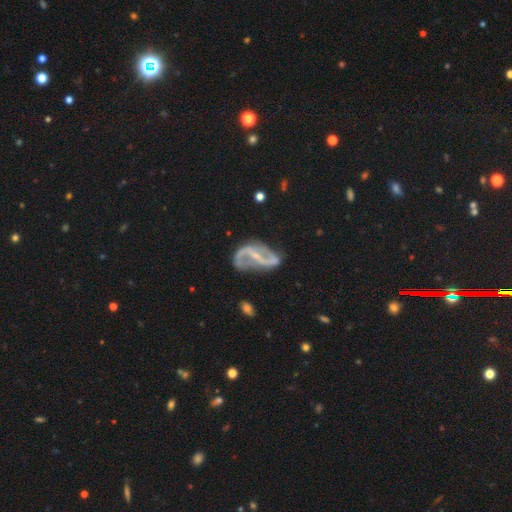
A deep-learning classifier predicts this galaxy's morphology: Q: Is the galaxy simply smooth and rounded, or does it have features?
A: featured or disk — 88%.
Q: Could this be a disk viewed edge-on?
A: no — 95%.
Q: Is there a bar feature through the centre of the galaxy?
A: strong — 55%.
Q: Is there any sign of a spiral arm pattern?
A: yes — 91%.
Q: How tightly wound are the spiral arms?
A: loose — 63%.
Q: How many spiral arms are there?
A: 2 — 89%.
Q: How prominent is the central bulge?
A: small — 72%.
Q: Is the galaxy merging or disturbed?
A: none — 57%.